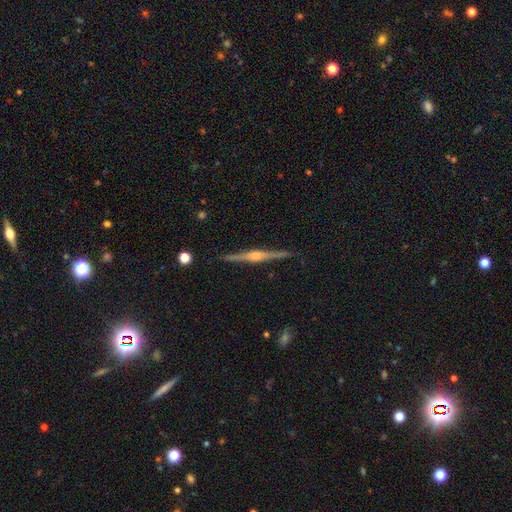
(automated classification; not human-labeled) Q: Smooth or featured?
A: featured or disk (87%); runner-up: smooth (8%)
Q: Edge-on disk?
A: yes (99%); runner-up: no (1%)
Q: Edge-on bulge?
A: rounded (89%); runner-up: boxy (7%)
Q: Merging?
A: none (91%); runner-up: minor disturbance (6%)